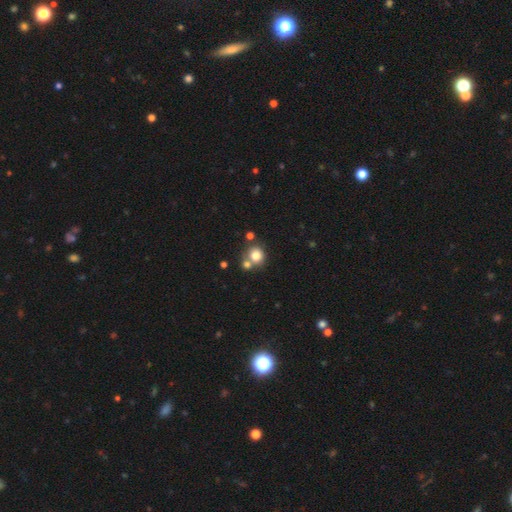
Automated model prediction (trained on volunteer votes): Smooth or featured? Predicted: smooth (p=0.78). How rounded? Predicted: round (p=0.83). Merging? Predicted: none (p=0.56).